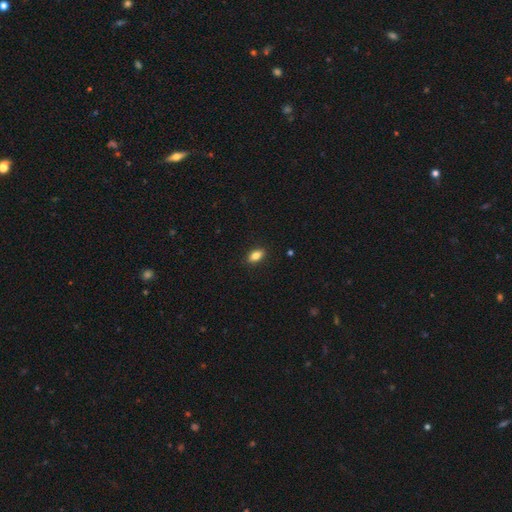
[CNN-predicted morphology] type=smooth (82%); roundness=in between (87%); merging=none (89%).